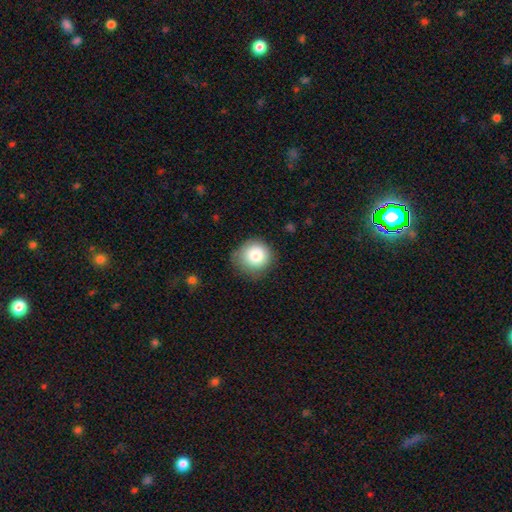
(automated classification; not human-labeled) The model was most divided on "merging": none: 74%, minor disturbance: 20%, major disturbance: 5%, merger: 1%. More confident: how rounded — round (92%); smooth or featured — smooth (83%).